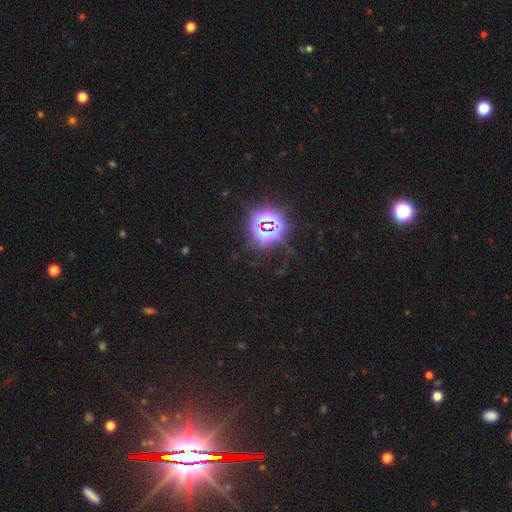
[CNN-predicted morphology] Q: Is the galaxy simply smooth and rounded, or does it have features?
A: star or artifact — 83%.